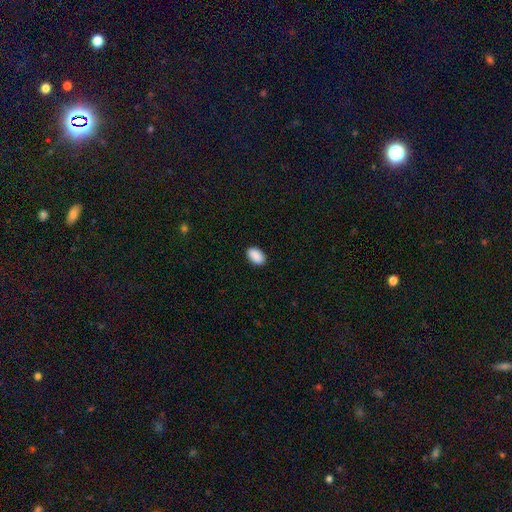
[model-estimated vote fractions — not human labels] Morphology: type=smooth (91%); roundness=in between (92%); merging=none (89%).